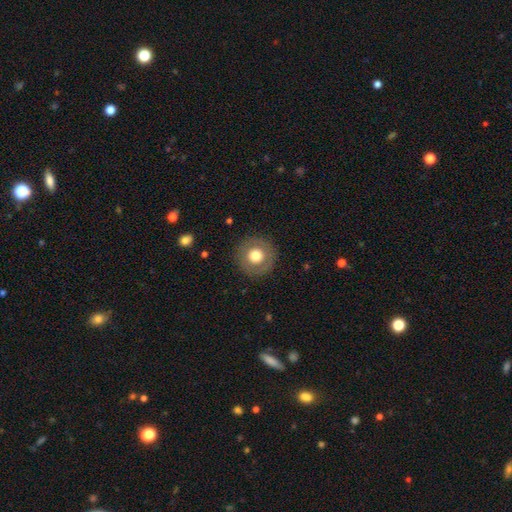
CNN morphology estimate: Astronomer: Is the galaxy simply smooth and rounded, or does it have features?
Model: smooth — 69%.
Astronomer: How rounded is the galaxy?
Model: round — 96%.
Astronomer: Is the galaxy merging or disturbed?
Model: none — 89%.